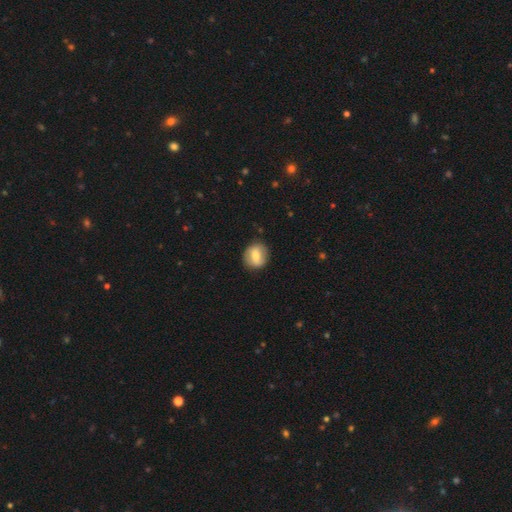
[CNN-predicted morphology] This appears to be a smooth galaxy with no disk features (64%) that is round (76%). Merging: none (85%).